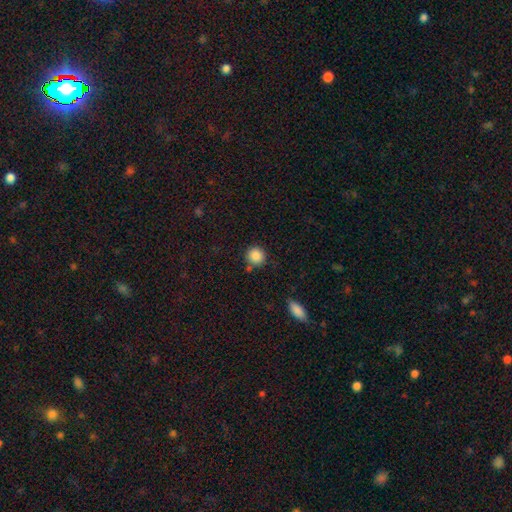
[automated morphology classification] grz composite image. It shows a smooth galaxy with no disk features (87%) that is round (92%). Merging: none (80%).